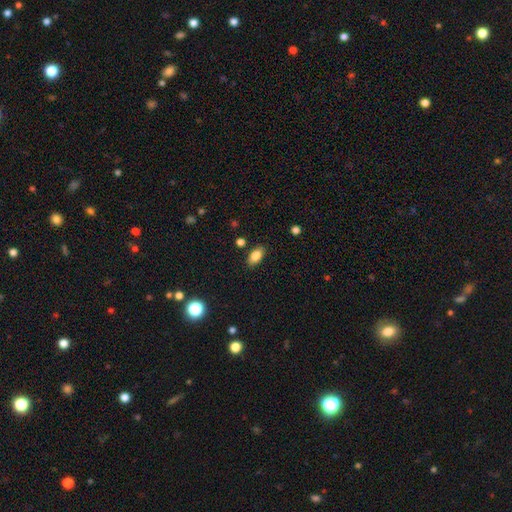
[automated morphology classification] type=smooth (83%); roundness=in between (90%); merging=none (86%).